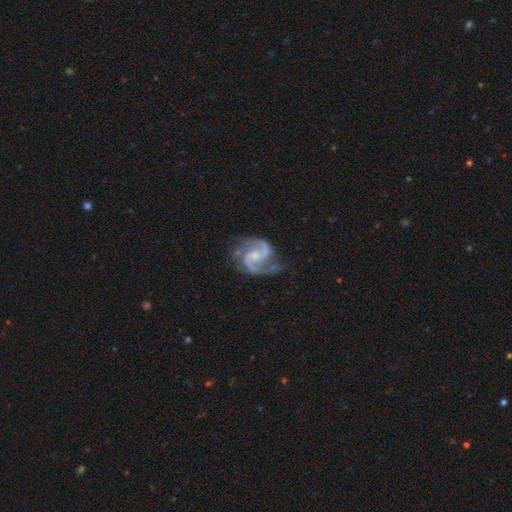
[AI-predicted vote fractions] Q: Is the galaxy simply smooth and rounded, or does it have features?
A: featured or disk — 93%.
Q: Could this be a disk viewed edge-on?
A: no — 98%.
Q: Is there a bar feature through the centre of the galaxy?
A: weak — 46%.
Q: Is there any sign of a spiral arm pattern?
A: yes — 98%.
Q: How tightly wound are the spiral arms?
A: medium — 64%.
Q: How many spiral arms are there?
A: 2 — 92%.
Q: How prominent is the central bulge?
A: small — 48%.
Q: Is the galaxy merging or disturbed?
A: none — 69%.